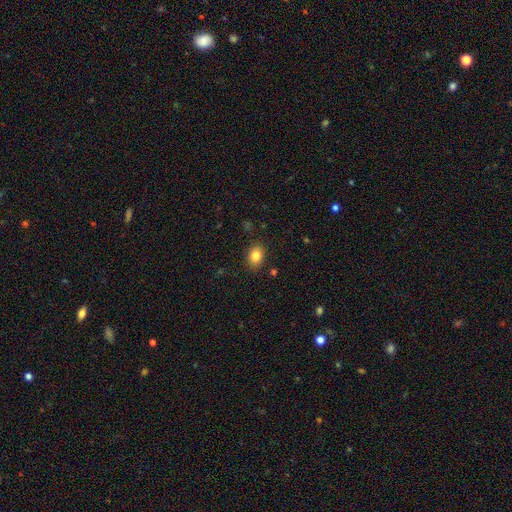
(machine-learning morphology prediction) This is clearly a smooth galaxy (84%). How rounded: likely in between (60%). Merging: clearly none (87%).